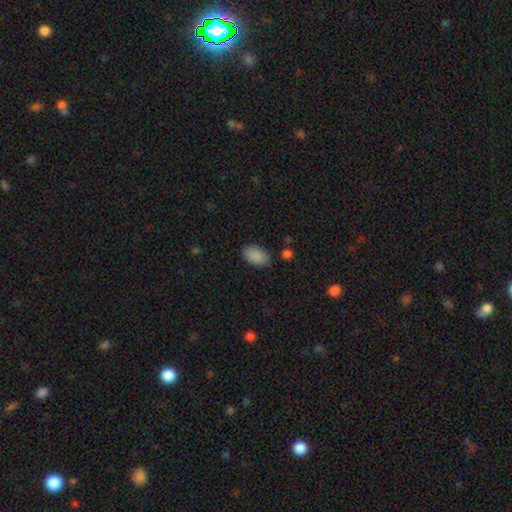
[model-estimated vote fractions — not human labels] Smooth or featured? Predicted: smooth (p=0.89). How rounded? Predicted: in between (p=0.93). Merging? Predicted: none (p=0.84).